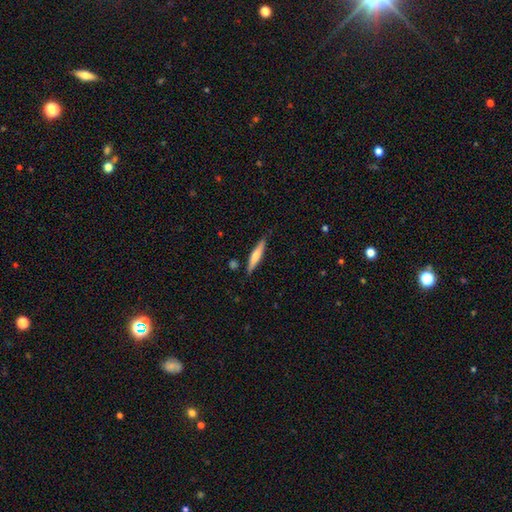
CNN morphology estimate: Smooth or featured? Predicted: smooth (p=0.55). How rounded? Predicted: cigar-shaped (p=0.90). Merging? Predicted: none (p=0.85).